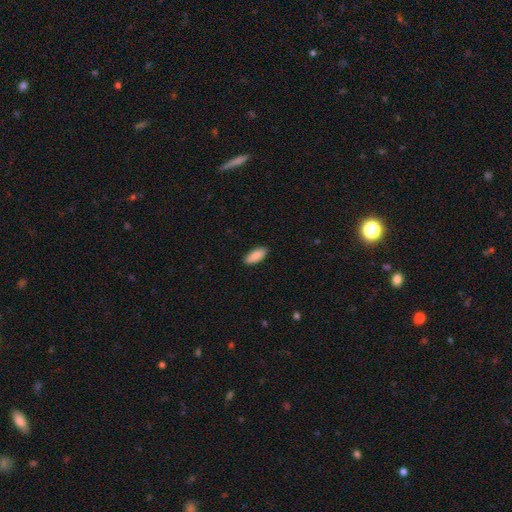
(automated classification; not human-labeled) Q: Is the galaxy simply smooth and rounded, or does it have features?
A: smooth — 90%.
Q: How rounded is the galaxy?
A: in between — 83%.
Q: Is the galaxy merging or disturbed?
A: none — 89%.